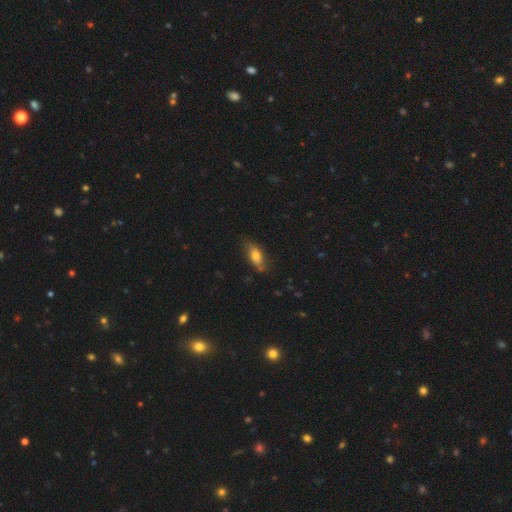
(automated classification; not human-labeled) Smooth or featured? Predicted: smooth (p=0.67). How rounded? Predicted: in between (p=0.79). Merging? Predicted: none (p=0.66).